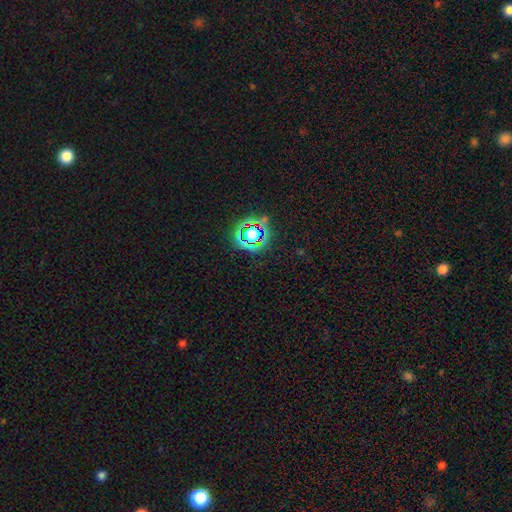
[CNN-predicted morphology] star or artifact 77%, smooth 14%, featured or disk 9%.